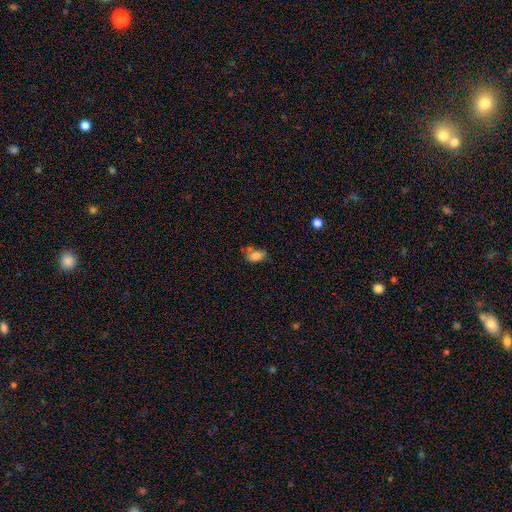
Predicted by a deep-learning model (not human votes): Q: Smooth or featured?
A: smooth (81%); runner-up: star or artifact (10%)
Q: How rounded?
A: in between (88%); runner-up: round (10%)
Q: Merging?
A: none (52%); runner-up: minor disturbance (23%)